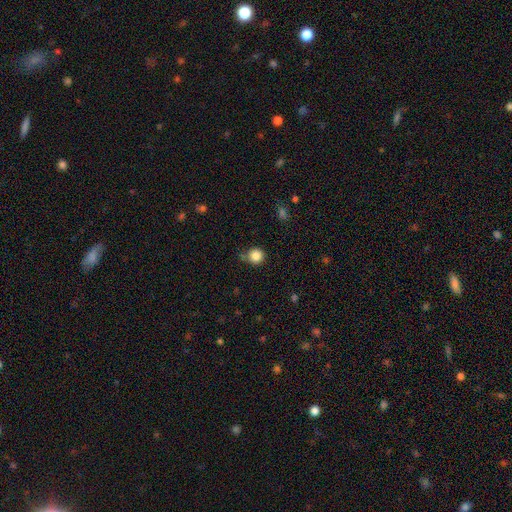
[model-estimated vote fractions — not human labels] A smooth galaxy with no disk features (85%) that is round (91%). Merging: none (70%).